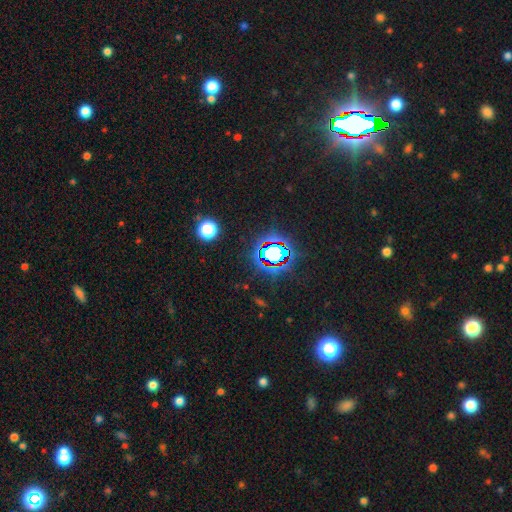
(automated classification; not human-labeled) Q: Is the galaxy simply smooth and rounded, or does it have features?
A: star or artifact — 82%.